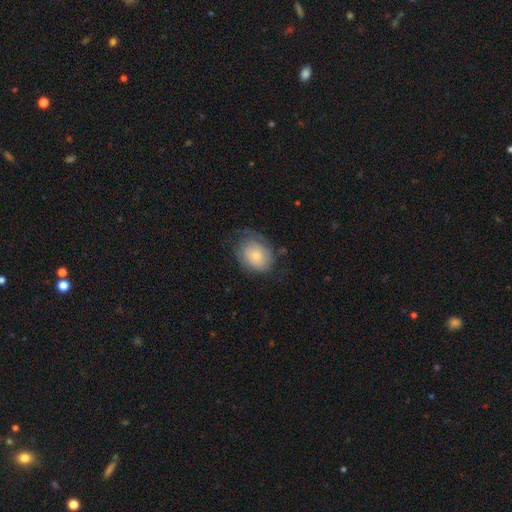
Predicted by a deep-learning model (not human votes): smooth-or-featured: smooth: 68% | featured or disk: 25% | star or artifact: 7%
  how-rounded: in between: 63% | round: 36% | cigar-shaped: 1%
  merging: none: 54% | minor disturbance: 29% | major disturbance: 15% | merger: 1%